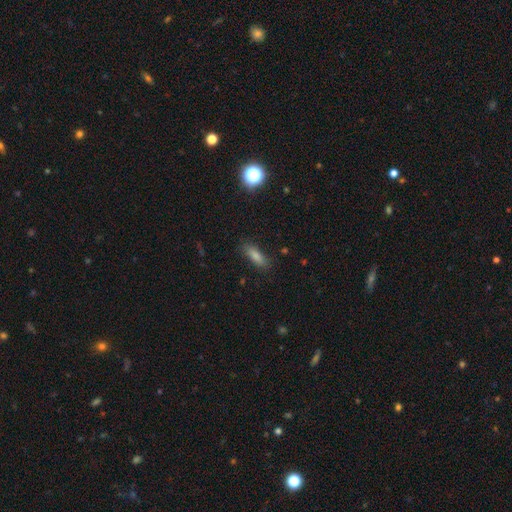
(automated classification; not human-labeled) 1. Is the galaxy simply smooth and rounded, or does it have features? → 80% smooth, 10% star or artifact, 10% featured or disk.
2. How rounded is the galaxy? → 54% in between, 43% cigar-shaped, 2% round.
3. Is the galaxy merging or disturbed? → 82% none, 13% minor disturbance, 3% major disturbance, 2% merger.